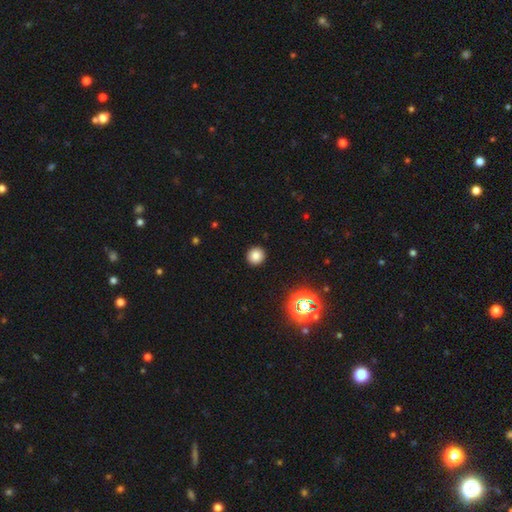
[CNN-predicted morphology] A smooth galaxy with no disk features (82%) that is round (92%).

Vote fractions:
- Smooth or featured? smooth: 82% / star or artifact: 14% / featured or disk: 5%
- How rounded? round: 92% / in between: 7% / cigar-shaped: 1%
- Merging? none: 93% / minor disturbance: 5% / major disturbance: 2% / merger: 1%